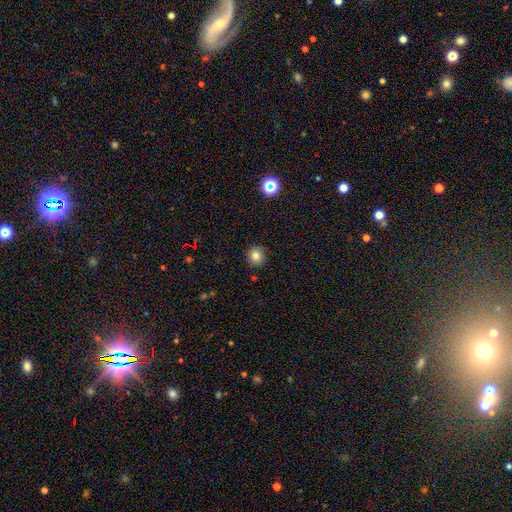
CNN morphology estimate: Smooth or featured? Predicted: smooth (p=0.81). How rounded? Predicted: round (p=0.88). Merging? Predicted: none (p=0.90).